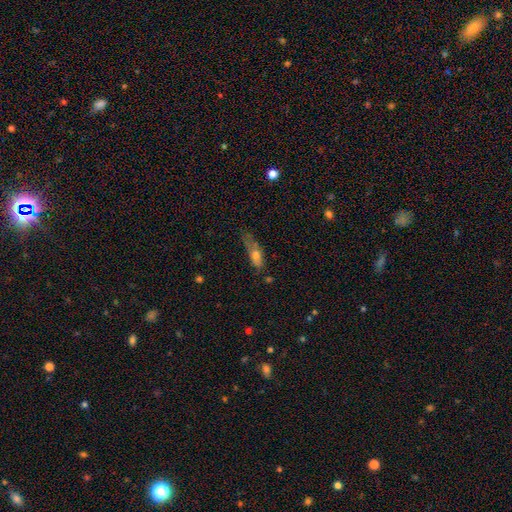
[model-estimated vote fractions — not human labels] Q: Smooth or featured?
A: smooth (66%); runner-up: featured or disk (25%)
Q: How rounded?
A: in between (58%); runner-up: cigar-shaped (38%)
Q: Merging?
A: minor disturbance (34%); runner-up: none (32%)